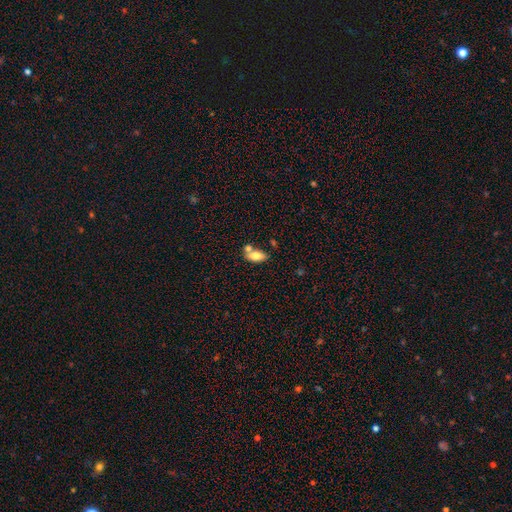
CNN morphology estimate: Q: Smooth or featured?
A: smooth (78%); runner-up: featured or disk (14%)
Q: How rounded?
A: in between (88%); runner-up: cigar-shaped (7%)
Q: Merging?
A: none (47%); runner-up: merger (35%)